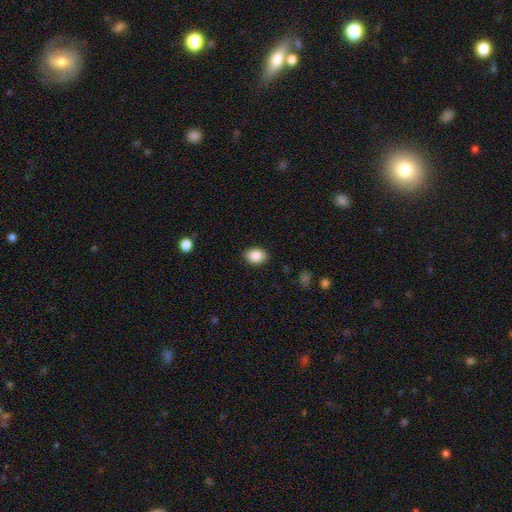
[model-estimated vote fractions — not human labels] A smooth galaxy with no disk features (88%) that is in between round and cigar-shaped (71%). Merging: none (87%).